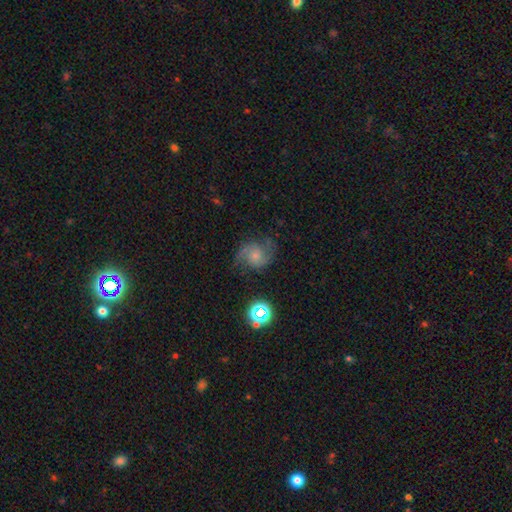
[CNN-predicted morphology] smooth_or_featured: featured or disk (p=0.73) [alt: smooth p=0.16]
disk_edge_on: no (p=0.98) [alt: yes p=0.02]
bar: no (p=0.74) [alt: weak p=0.22]
has_spiral_arms: yes (p=0.95) [alt: no p=0.05]
spiral_winding: medium (p=0.50) [alt: loose p=0.29]
spiral_arm_count: 2 (p=0.85) [alt: can't tell p=0.06]
bulge_size: small (p=0.56) [alt: moderate p=0.29]
merging: none (p=0.67) [alt: minor disturbance p=0.20]